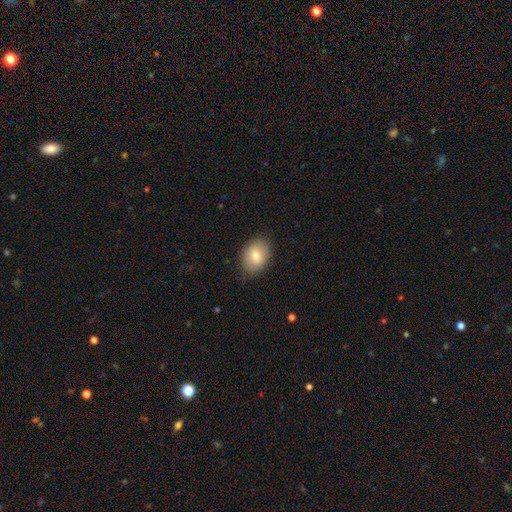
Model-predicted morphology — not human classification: This appears to be a smooth galaxy with no disk features (78%) that is in between round and cigar-shaped (71%). Merging: none (83%).